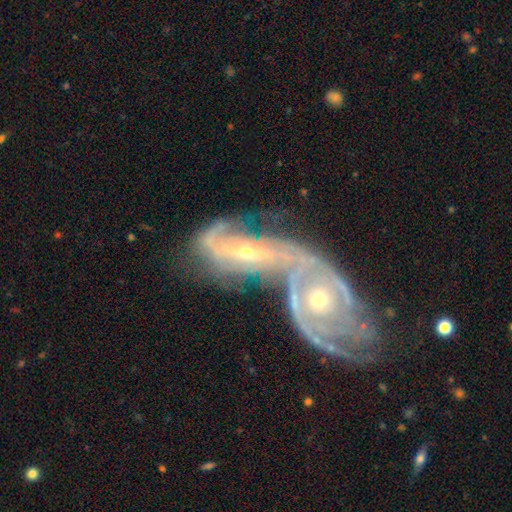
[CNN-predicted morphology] Q: Smooth or featured?
A: featured or disk (85%); runner-up: smooth (8%)
Q: Edge-on disk?
A: no (95%); runner-up: yes (5%)
Q: Bar?
A: no (54%); runner-up: weak (32%)
Q: Spiral arms?
A: yes (94%); runner-up: no (6%)
Q: Spiral winding?
A: tight (46%); runner-up: medium (39%)
Q: Spiral arm count?
A: 2 (64%); runner-up: can't tell (16%)
Q: Bulge size?
A: small (49%); runner-up: moderate (46%)
Q: Merging?
A: merger (72%); runner-up: none (15%)